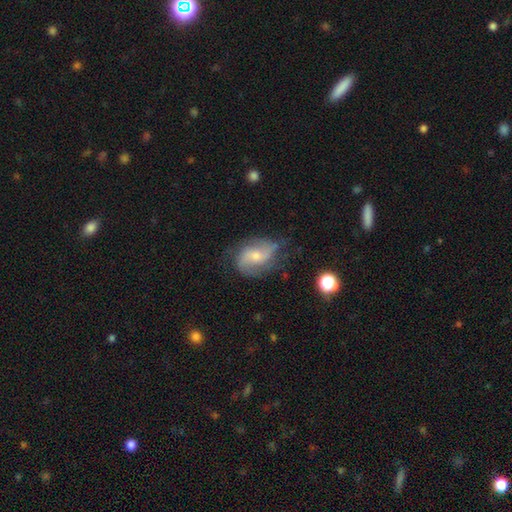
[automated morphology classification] A featured or disk galaxy (73%) with no bar (50%), 2 (81%) loose (45%) spiral arms (93%) and a small central bulge (48%). Merging: none (63%).